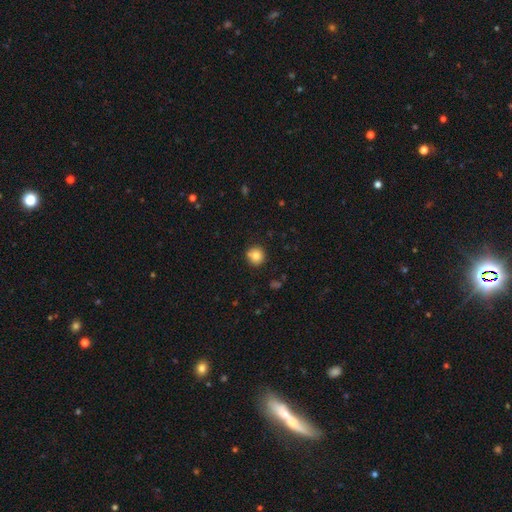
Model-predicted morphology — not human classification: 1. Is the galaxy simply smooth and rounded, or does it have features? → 82% smooth, 10% star or artifact, 8% featured or disk.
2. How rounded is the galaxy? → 92% round, 7% in between, 1% cigar-shaped.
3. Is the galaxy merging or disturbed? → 82% none, 10% minor disturbance, 5% merger, 2% major disturbance.